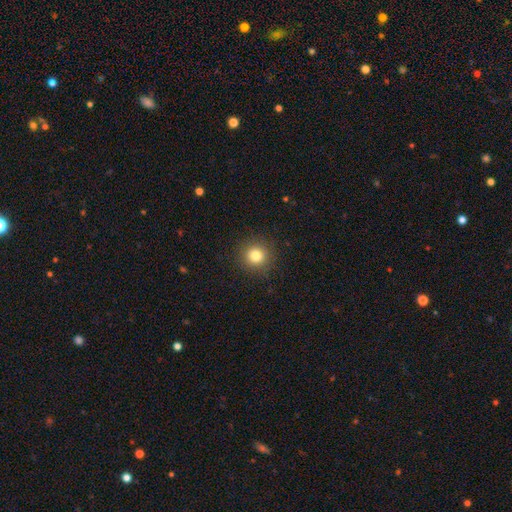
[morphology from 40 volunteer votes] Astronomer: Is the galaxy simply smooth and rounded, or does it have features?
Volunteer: smooth — 88%.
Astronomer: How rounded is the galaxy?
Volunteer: round — 97%.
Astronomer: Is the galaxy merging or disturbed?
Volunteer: none — 92%.